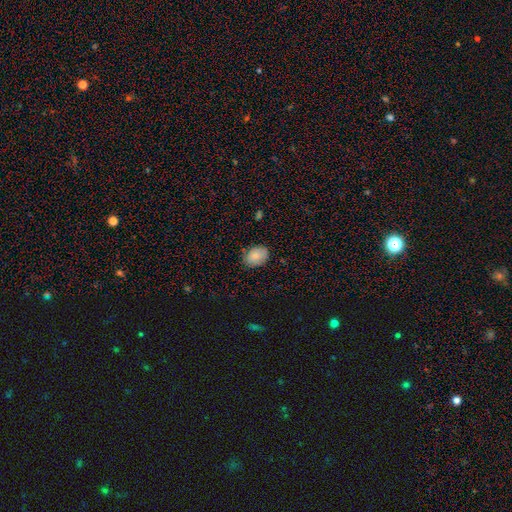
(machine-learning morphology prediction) A smooth galaxy with no disk features (82%) that is in between round and cigar-shaped (71%). Merging: none (80%).